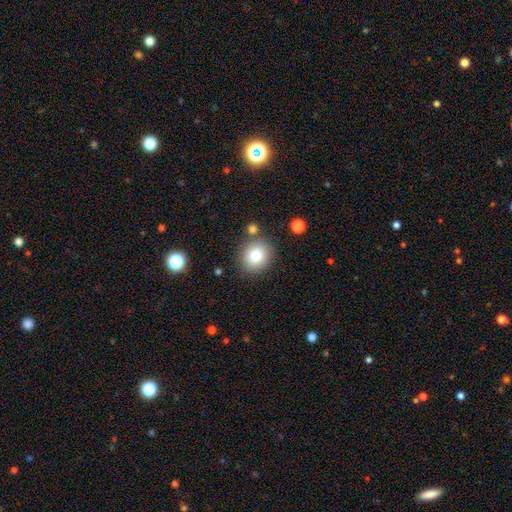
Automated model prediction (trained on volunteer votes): A smooth galaxy with no disk features (81%) that is round (80%). Merging: none (80%).